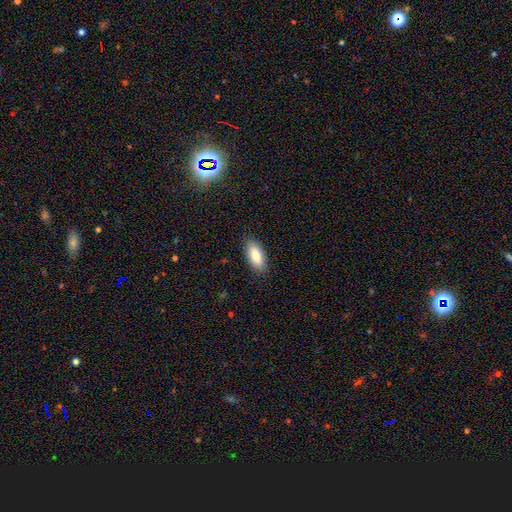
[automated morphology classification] This is clearly a smooth galaxy (86%). How rounded: clearly in between (89%). Merging: clearly none (86%).